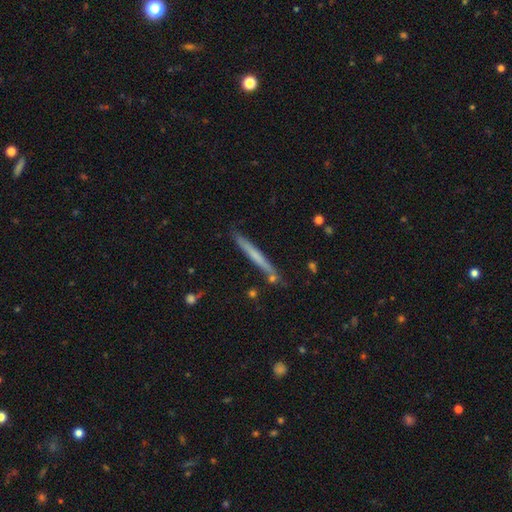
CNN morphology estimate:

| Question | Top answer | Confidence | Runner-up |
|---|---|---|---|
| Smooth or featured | smooth | 52% | featured or disk (42%) |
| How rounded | cigar-shaped | 96% | in between (2%) |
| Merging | none | 83% | minor disturbance (11%) |